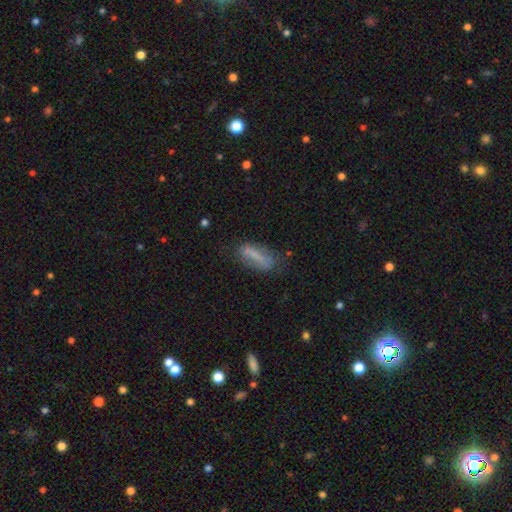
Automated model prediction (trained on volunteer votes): A smooth galaxy with no disk features (67%) that is cigar-shaped (49%).

Vote fractions:
- Smooth or featured? smooth: 67% / featured or disk: 24% / star or artifact: 9%
- How rounded? cigar-shaped: 49% / in between: 48% / round: 3%
- Merging? none: 66% / minor disturbance: 21% / major disturbance: 8% / merger: 4%